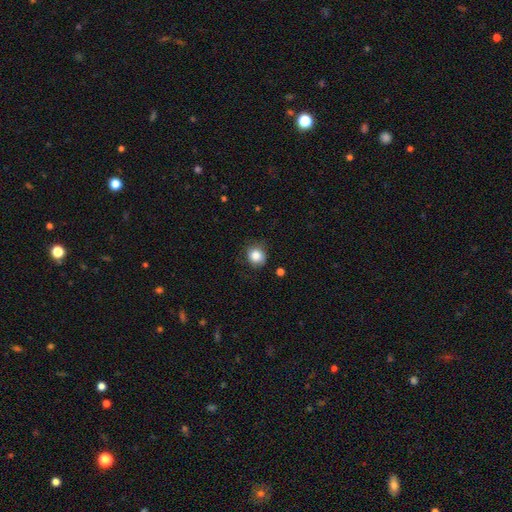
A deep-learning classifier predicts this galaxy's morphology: This appears to be a smooth galaxy with no disk features (84%) that is round (82%). Merging: none (77%).